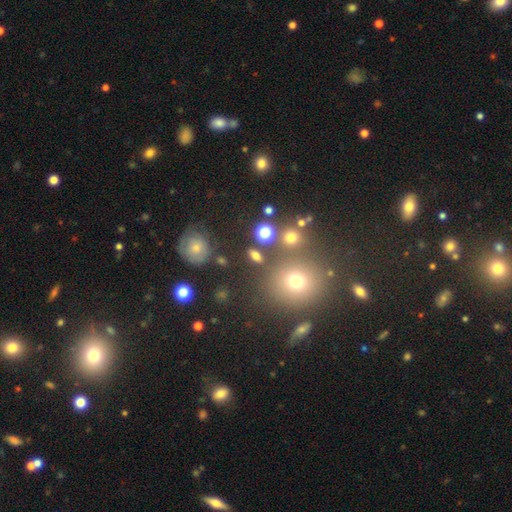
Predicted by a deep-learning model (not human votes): Smooth or featured? Predicted: smooth (p=0.69). How rounded? Predicted: in between (p=0.63). Merging? Predicted: none (p=0.78).